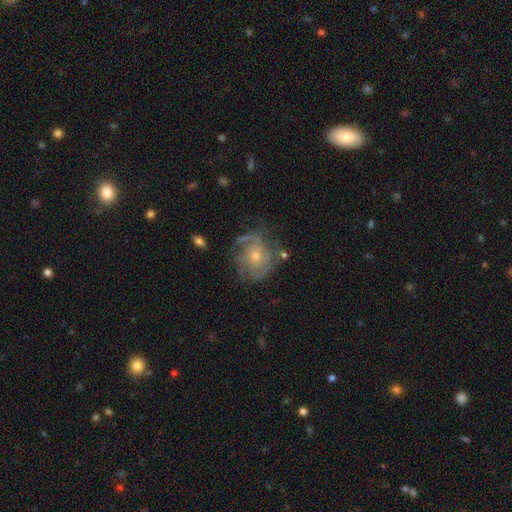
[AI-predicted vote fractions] Morphology: type=featured or disk (78%); edge-on=no (98%); bar=no (77%); spiral arms=yes (91%); winding=tight (50%); arm count=can't tell (33%); bulge=small (57%); merging=none (63%).